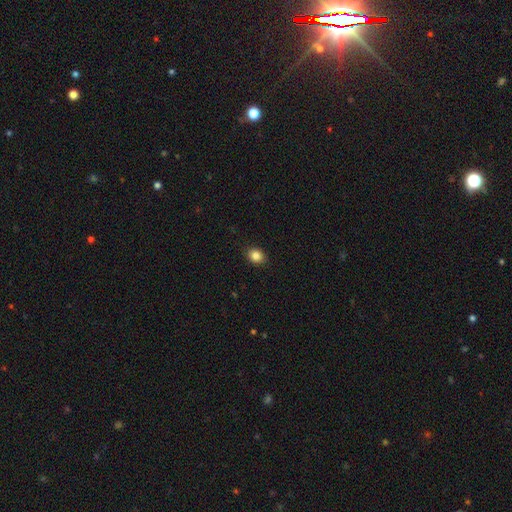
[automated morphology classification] A smooth galaxy with no disk features (85%) that is round (57%). Merging: none (89%).